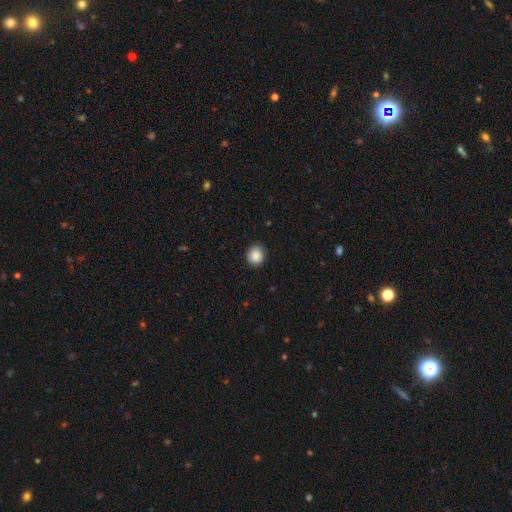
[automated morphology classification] Q: Smooth or featured?
A: smooth (88%); runner-up: star or artifact (9%)
Q: How rounded?
A: round (85%); runner-up: in between (14%)
Q: Merging?
A: none (88%); runner-up: minor disturbance (9%)